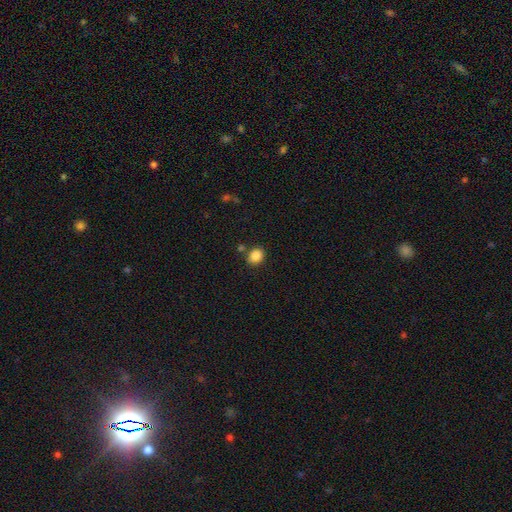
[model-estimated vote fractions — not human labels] Smooth or featured? smooth (86%)
How rounded? round (58%)
Merging? none (79%)